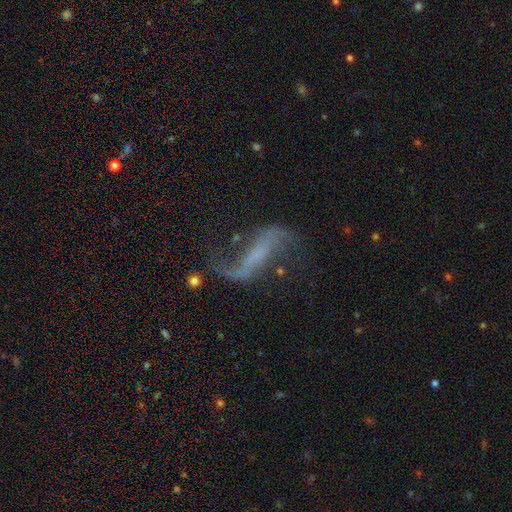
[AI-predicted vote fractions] Smooth or featured: featured or disk — 82% (star or artifact — 9%)
Edge-on disk: no — 90% (yes — 10%)
Bar: strong — 46% (weak — 30%)
Spiral arms: yes — 92% (no — 8%)
Spiral winding: loose — 89% (medium — 8%)
Spiral arm count: 2 — 90% (1 — 5%)
Bulge size: none — 60% (small — 26%)
Merging: none — 62% (major disturbance — 17%)